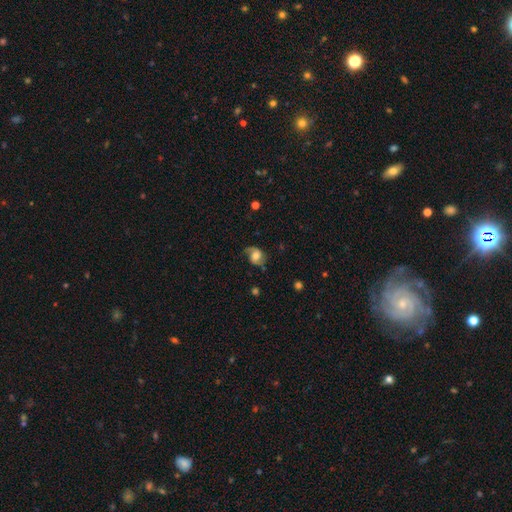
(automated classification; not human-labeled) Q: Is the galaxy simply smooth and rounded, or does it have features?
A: featured or disk — 57%.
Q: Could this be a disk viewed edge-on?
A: no — 97%.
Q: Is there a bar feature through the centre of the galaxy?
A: no — 58%.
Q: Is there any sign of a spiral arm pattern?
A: yes — 89%.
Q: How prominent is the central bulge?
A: moderate — 51%.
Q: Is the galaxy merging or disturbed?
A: none — 60%.